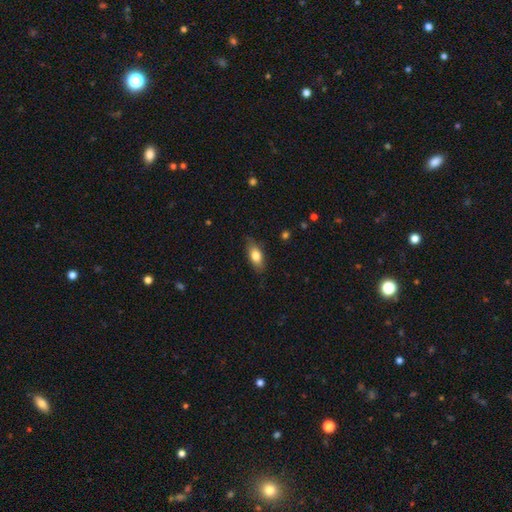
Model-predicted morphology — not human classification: type=smooth (78%); roundness=in between (83%); merging=none (80%).